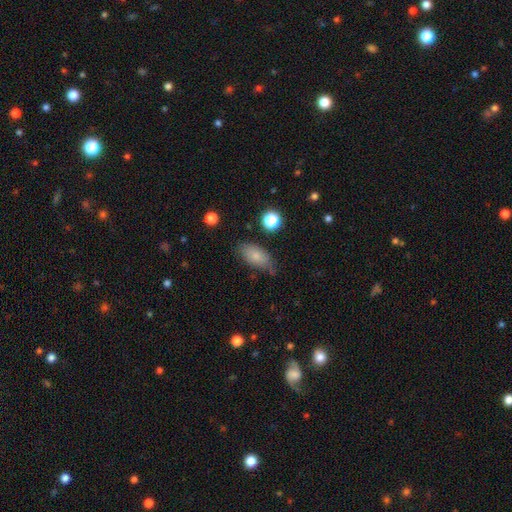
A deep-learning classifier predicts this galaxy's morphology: smooth-or-featured: smooth: 78% | featured or disk: 13% | star or artifact: 8%
  how-rounded: in between: 88% | cigar-shaped: 8% | round: 4%
  merging: none: 65% | minor disturbance: 25% | major disturbance: 6% | merger: 4%